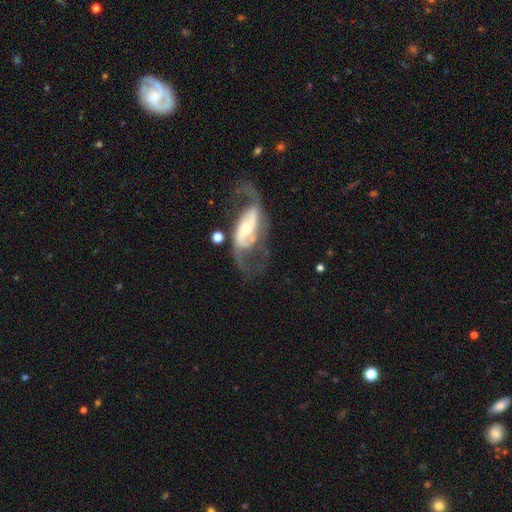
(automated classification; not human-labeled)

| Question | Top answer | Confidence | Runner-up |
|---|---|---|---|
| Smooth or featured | featured or disk | 84% | smooth (8%) |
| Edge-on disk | no | 92% | yes (8%) |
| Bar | strong | 39% | weak (38%) |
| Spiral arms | yes | 92% | no (8%) |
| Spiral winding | medium | 43% | loose (42%) |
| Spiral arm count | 2 | 87% | can't tell (5%) |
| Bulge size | moderate | 46% | small (38%) |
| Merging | none | 60% | major disturbance (20%) |